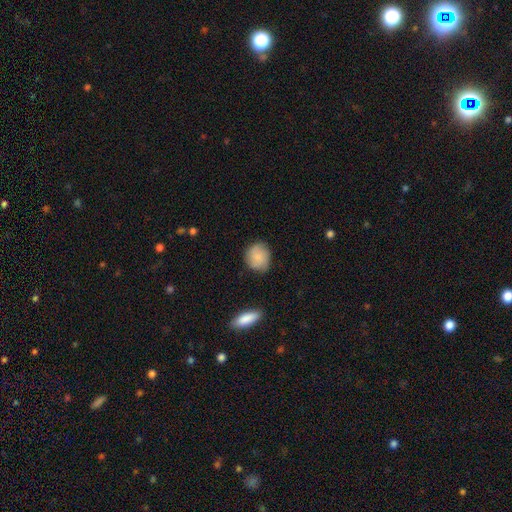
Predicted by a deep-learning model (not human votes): smooth-or-featured: smooth: 81% | featured or disk: 12% | star or artifact: 7%
  how-rounded: round: 77% | in between: 22% | cigar-shaped: 1%
  merging: none: 82% | minor disturbance: 14% | major disturbance: 3% | merger: 2%